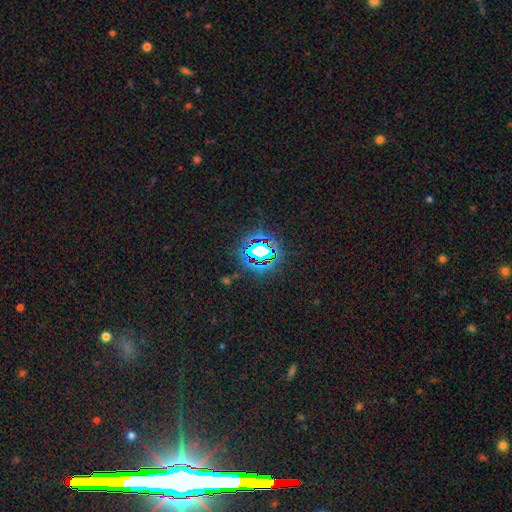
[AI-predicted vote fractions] Smooth or featured? star or artifact (74%)